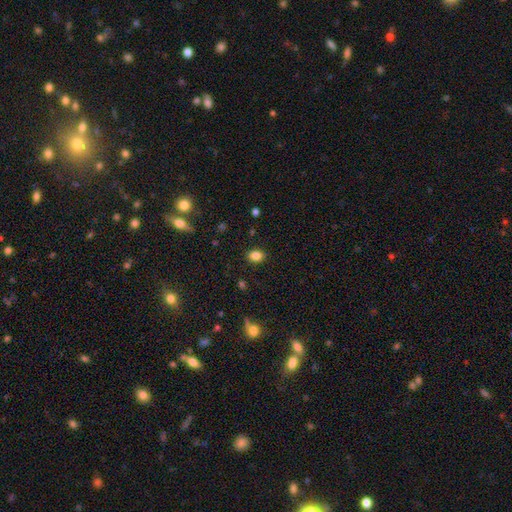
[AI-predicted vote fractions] Smooth or featured: smooth — 84% (star or artifact — 11%)
How rounded: in between — 71% (round — 28%)
Merging: none — 88% (minor disturbance — 9%)